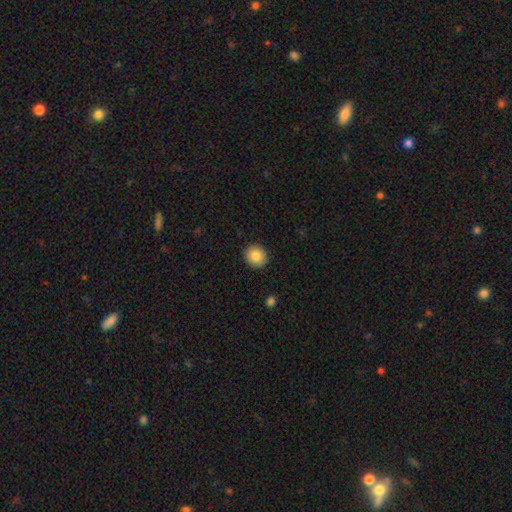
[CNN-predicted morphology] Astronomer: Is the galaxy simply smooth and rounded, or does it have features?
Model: smooth — 85%.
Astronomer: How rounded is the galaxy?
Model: round — 81%.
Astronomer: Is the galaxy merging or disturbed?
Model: none — 91%.